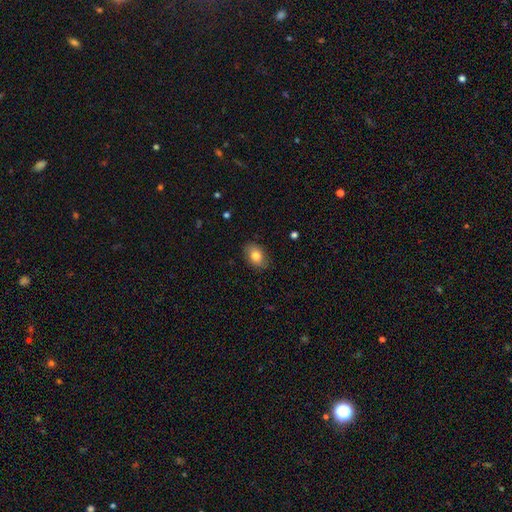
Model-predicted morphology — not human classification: Smooth or featured: smooth — 80% (featured or disk — 12%)
How rounded: in between — 80% (round — 19%)
Merging: none — 84% (minor disturbance — 12%)